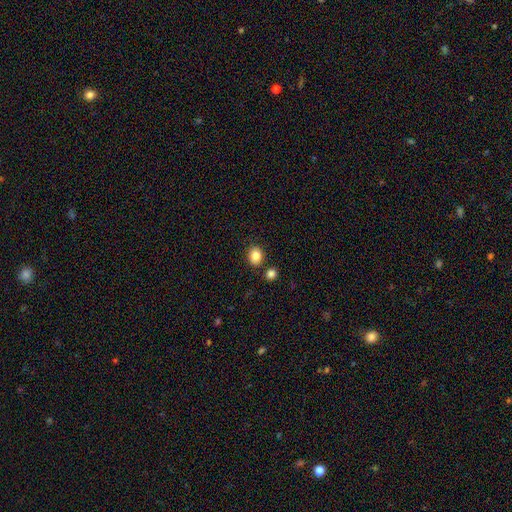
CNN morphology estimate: Smooth or featured?
  - smooth: 85% *
  - star or artifact: 10%
  - featured or disk: 6%
How rounded?
  - round: 59% *
  - in between: 40%
  - cigar-shaped: 1%
Merging?
  - none: 82% *
  - minor disturbance: 9%
  - merger: 7%
  - major disturbance: 2%